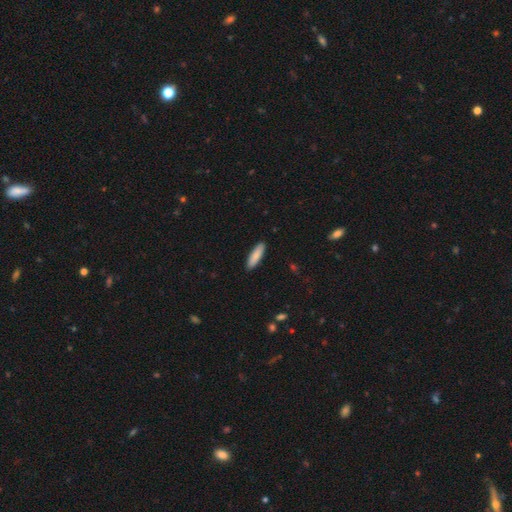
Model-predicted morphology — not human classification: smooth_or_featured: smooth (p=0.87) [alt: featured or disk p=0.08]
how_rounded: cigar-shaped (p=0.64) [alt: in between p=0.35]
merging: none (p=0.91) [alt: minor disturbance p=0.07]